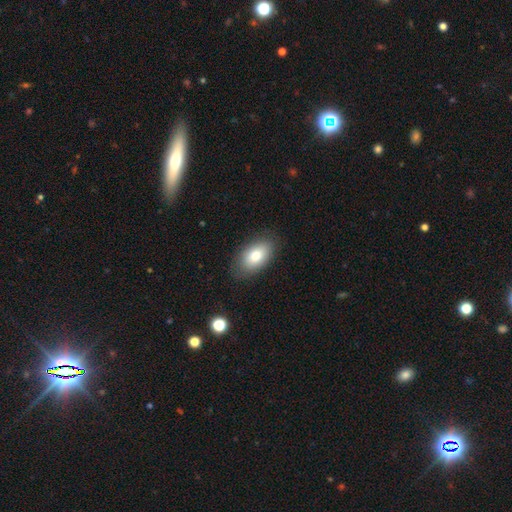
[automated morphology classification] smooth_or_featured: smooth (p=0.79) [alt: featured or disk p=0.13]
how_rounded: in between (p=0.92) [alt: round p=0.06]
merging: none (p=0.84) [alt: minor disturbance p=0.12]